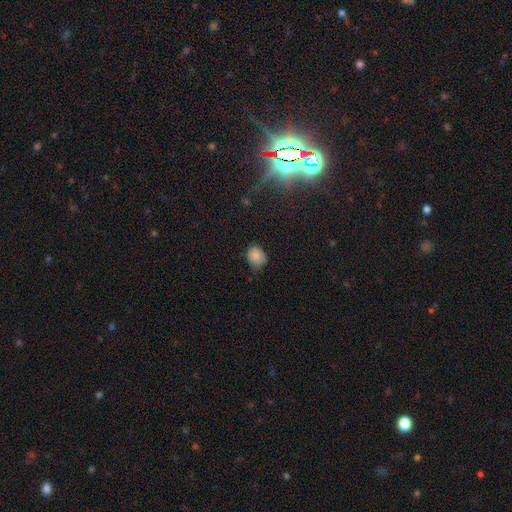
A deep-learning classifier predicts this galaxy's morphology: A smooth galaxy with no disk features (84%) that is in between round and cigar-shaped (50%).

Vote fractions:
- Smooth or featured? smooth: 84% / star or artifact: 10% / featured or disk: 6%
- How rounded? in between: 50% / round: 49% / cigar-shaped: 1%
- Merging? none: 59% / minor disturbance: 34% / major disturbance: 6% / merger: 2%